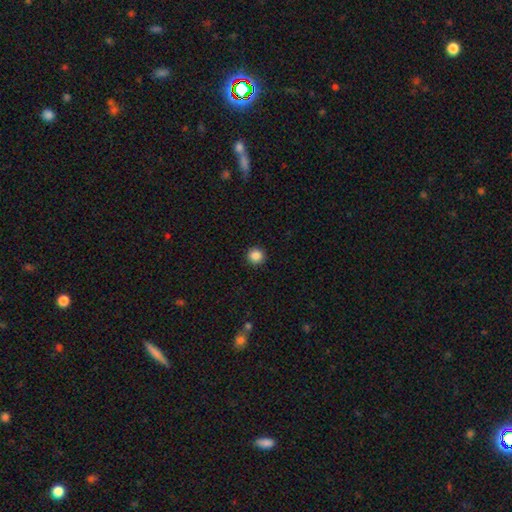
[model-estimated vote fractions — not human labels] This appears to be a smooth galaxy with no disk features (86%) that is round (95%). Merging: none (93%).